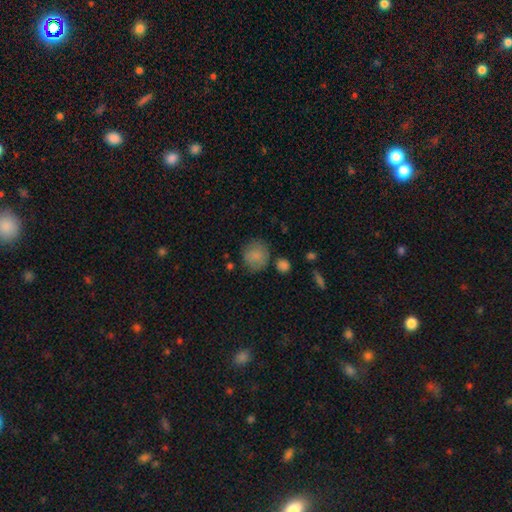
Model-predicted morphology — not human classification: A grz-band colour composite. It shows a smooth galaxy with no disk features (83%) that is round (80%). Merging: none (70%).